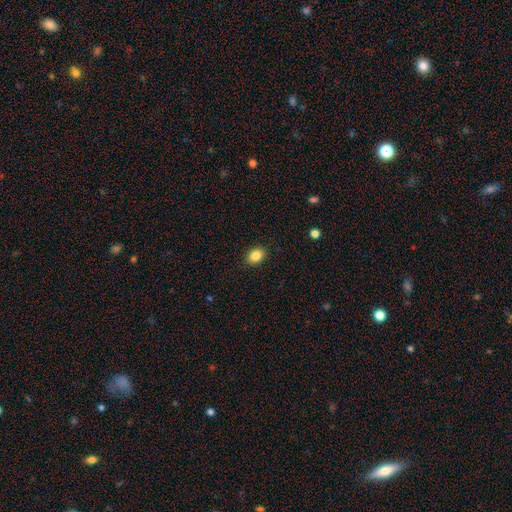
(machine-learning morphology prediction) This appears to be a smooth galaxy with no disk features (86%) that is in between round and cigar-shaped (63%). Merging: none (89%).